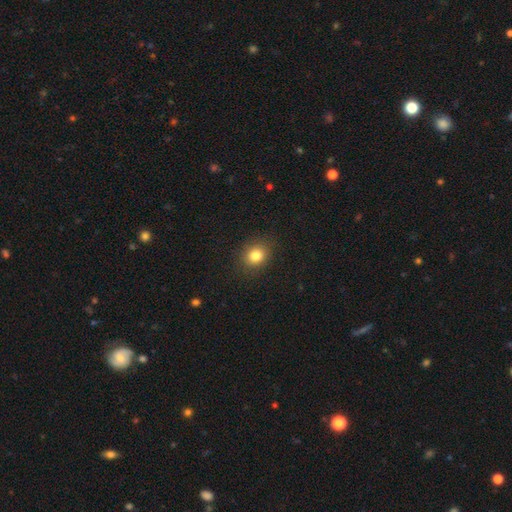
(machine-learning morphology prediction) Smooth or featured? Predicted: smooth (p=0.81). How rounded? Predicted: round (p=0.66). Merging? Predicted: none (p=0.88).